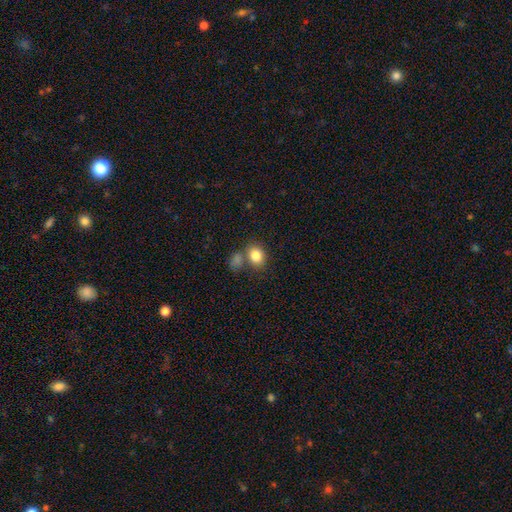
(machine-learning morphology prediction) This is clearly a smooth galaxy (83%). How rounded: possibly round (50%). Merging: possibly none (59%).